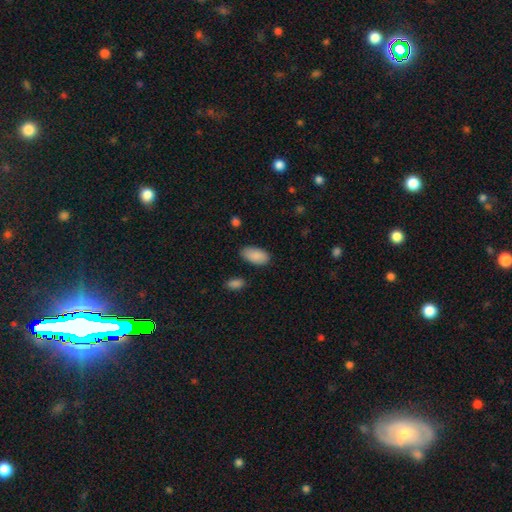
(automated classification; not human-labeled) Smooth or featured? smooth (89%)
How rounded? in between (95%)
Merging? none (83%)